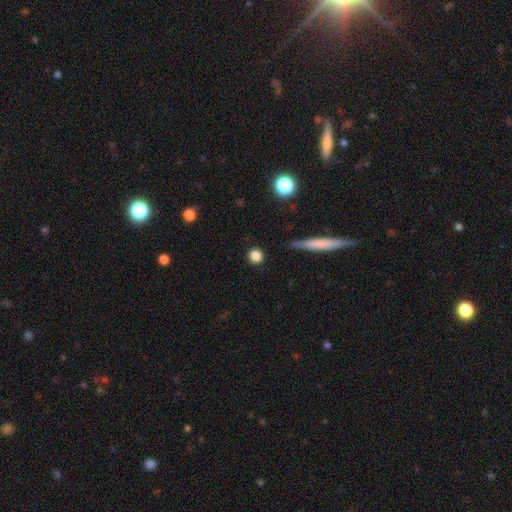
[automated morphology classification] Q: Smooth or featured?
A: smooth (85%); runner-up: star or artifact (10%)
Q: How rounded?
A: round (89%); runner-up: in between (9%)
Q: Merging?
A: none (90%); runner-up: minor disturbance (6%)